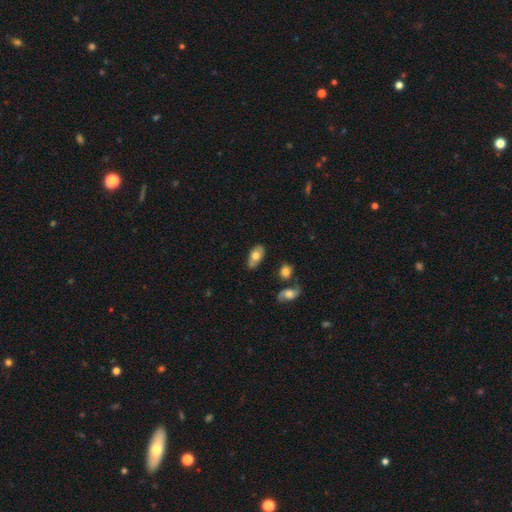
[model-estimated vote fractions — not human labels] Smooth or featured?
  - smooth: 66% *
  - featured or disk: 28%
  - star or artifact: 6%
How rounded?
  - in between: 91% *
  - cigar-shaped: 5%
  - round: 4%
Merging?
  - none: 74% *
  - minor disturbance: 18%
  - major disturbance: 4%
  - merger: 4%